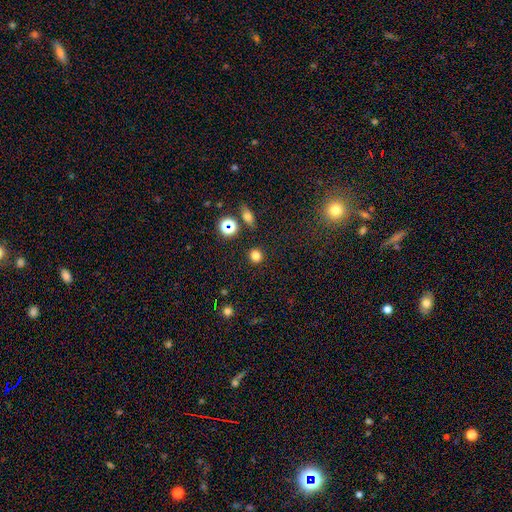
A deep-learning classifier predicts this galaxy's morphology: Smooth or featured?
  - smooth: 79% *
  - star or artifact: 16%
  - featured or disk: 5%
How rounded?
  - round: 91% *
  - in between: 8%
  - cigar-shaped: 1%
Merging?
  - none: 90% *
  - minor disturbance: 6%
  - major disturbance: 2%
  - merger: 2%